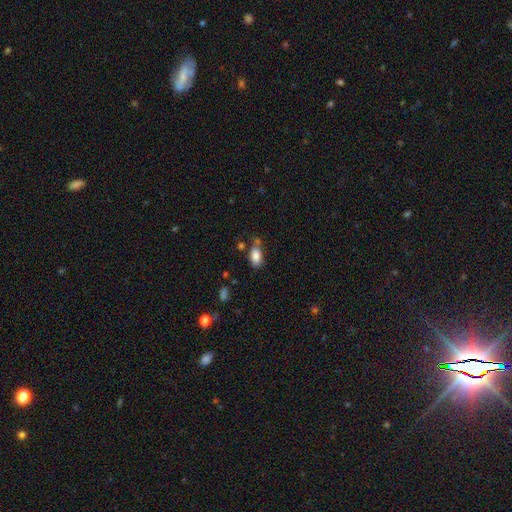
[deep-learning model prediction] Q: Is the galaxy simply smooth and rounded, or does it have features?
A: smooth — 85%.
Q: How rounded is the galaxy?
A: in between — 91%.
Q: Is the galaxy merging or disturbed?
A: none — 63%.